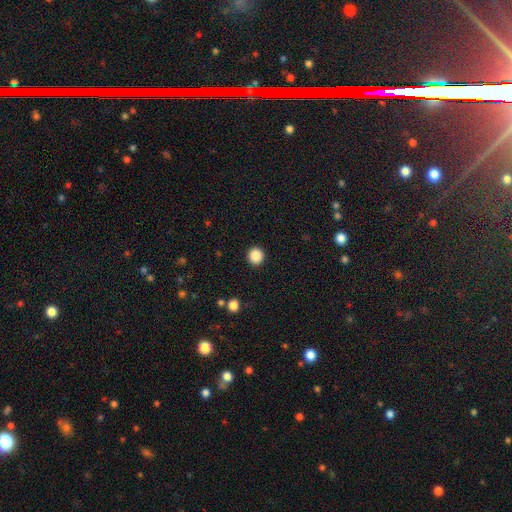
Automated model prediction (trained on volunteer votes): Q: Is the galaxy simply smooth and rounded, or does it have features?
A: smooth — 87%.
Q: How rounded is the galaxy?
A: round — 93%.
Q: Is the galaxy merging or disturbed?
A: none — 93%.